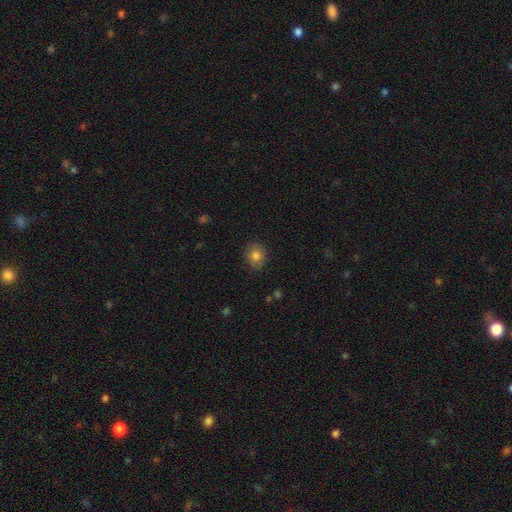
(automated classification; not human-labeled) This is clearly a smooth galaxy (82%). How rounded: likely round (61%). Merging: clearly none (86%).